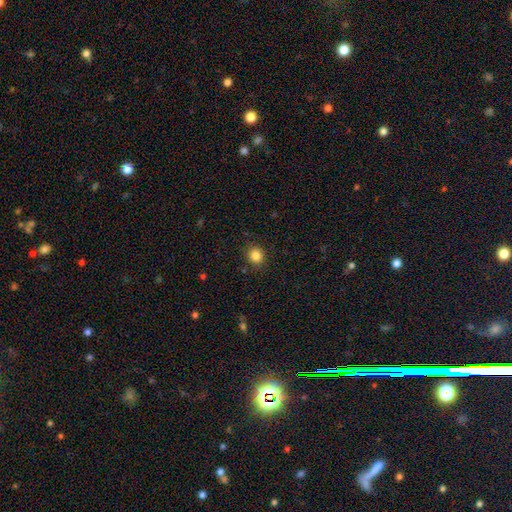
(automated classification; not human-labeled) Overall: smooth (84%). How rounded: round (85%). Merging: none (88%).